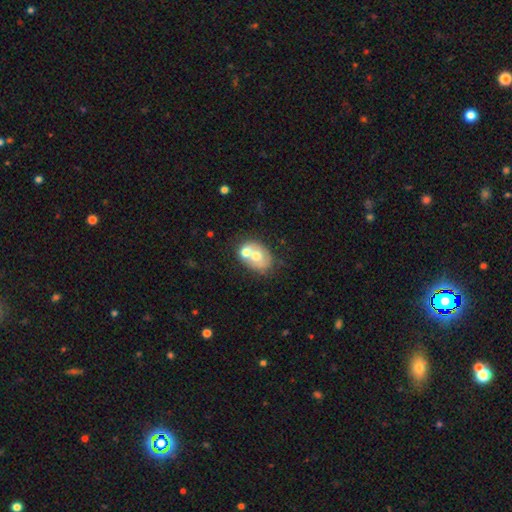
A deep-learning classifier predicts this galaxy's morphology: A smooth galaxy with no disk features (56%) that is in between round and cigar-shaped (63%).

Vote fractions:
- Smooth or featured? smooth: 56% / featured or disk: 36% / star or artifact: 8%
- How rounded? in between: 63% / round: 36% / cigar-shaped: 1%
- Merging? merger: 52% / none: 32% / minor disturbance: 11% / major disturbance: 5%